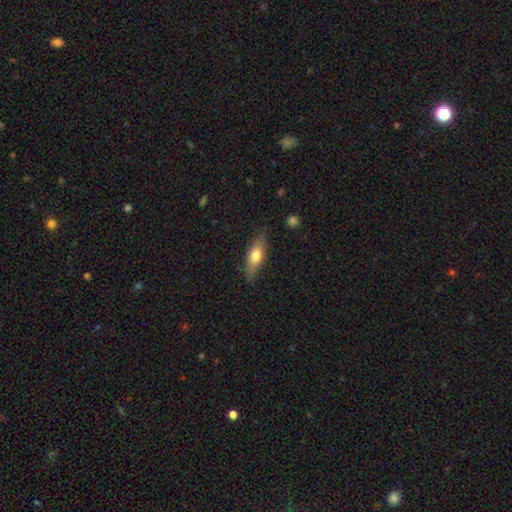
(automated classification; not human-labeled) Smooth or featured? Predicted: smooth (p=0.64). How rounded? Predicted: in between (p=0.55). Merging? Predicted: none (p=0.79).